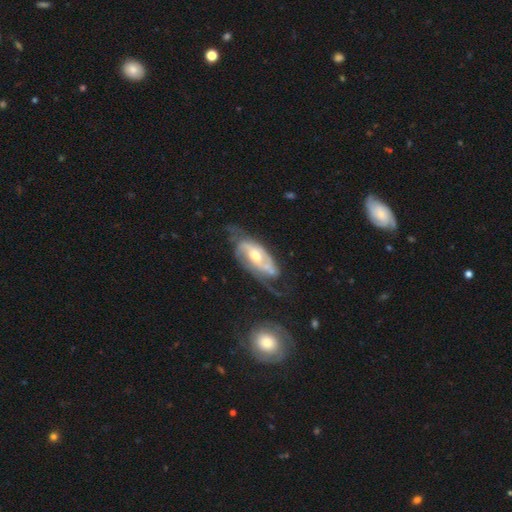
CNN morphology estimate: featured or disk 85%, smooth 10%, star or artifact 5%. Down the decision tree: edge-on disk — no (93%); bar — no (49%); spiral arms — yes (94%); spiral arm count — 2 (70%); spiral winding — medium (42%, tied with tight); bulge size — moderate (70%); merging — none (56%).